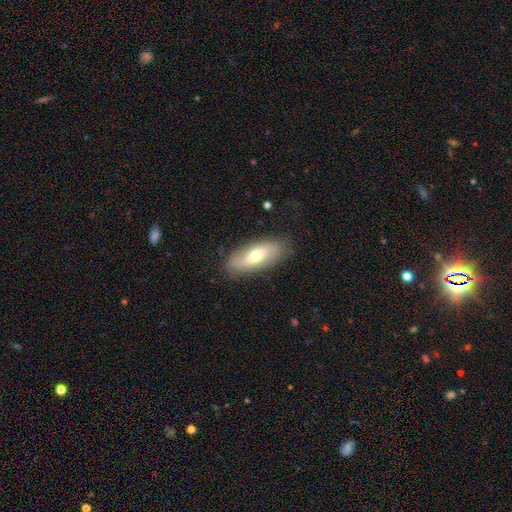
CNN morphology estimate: Smooth or featured? smooth (51%)
How rounded? in between (77%)
Merging? none (82%)